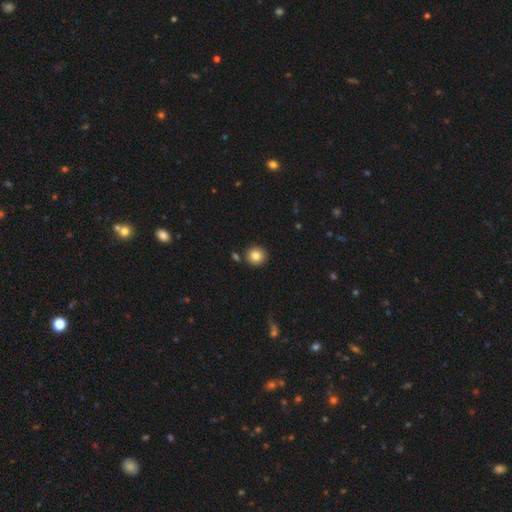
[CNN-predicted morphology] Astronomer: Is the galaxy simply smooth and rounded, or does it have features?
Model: smooth — 84%.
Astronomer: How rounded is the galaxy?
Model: round — 93%.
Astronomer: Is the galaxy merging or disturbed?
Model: none — 86%.